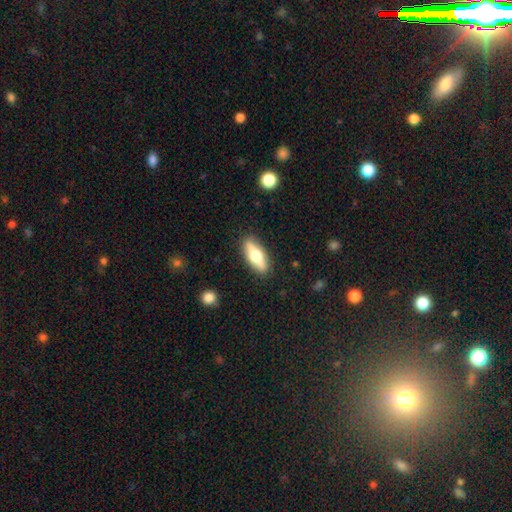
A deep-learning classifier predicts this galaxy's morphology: smooth 52%, featured or disk 41%, star or artifact 6%. Down the decision tree: how rounded — in between (60%); merging — none (88%).